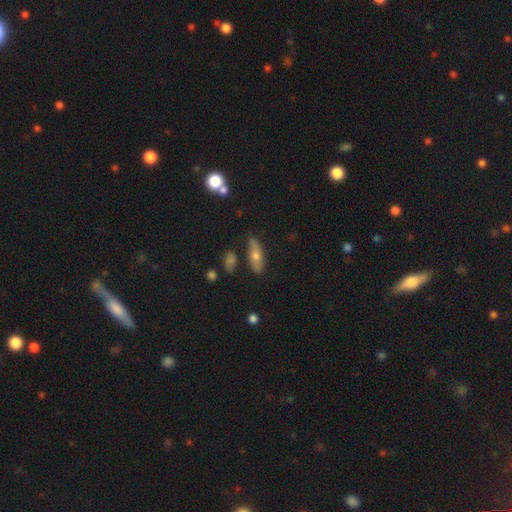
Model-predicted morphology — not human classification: Overall: smooth (53%; featured or disk 39%). How rounded: in between (51%; cigar-shaped 45%). Merging: none (72%).